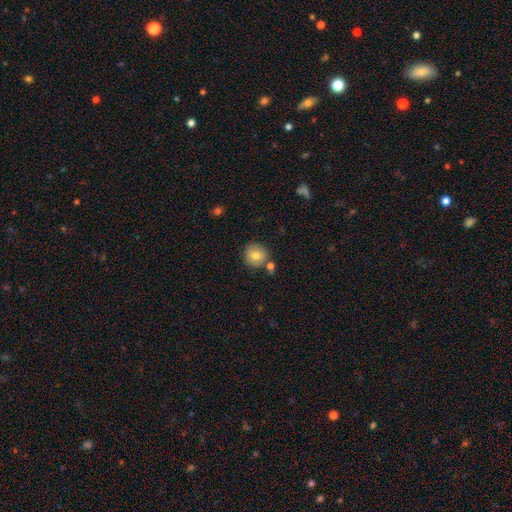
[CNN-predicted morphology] A smooth galaxy with no disk features (77%) that is round (93%). Merging: none (77%).